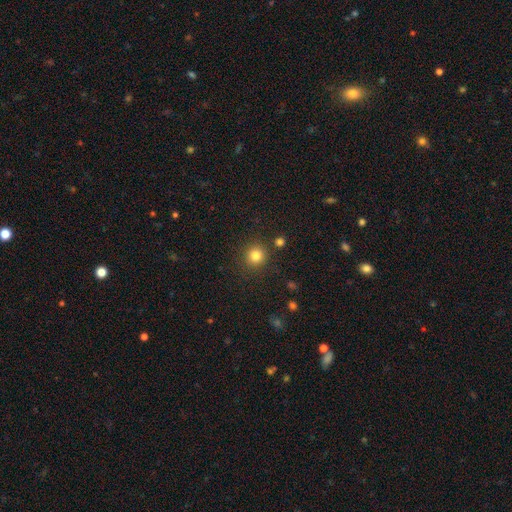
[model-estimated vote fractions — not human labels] Smooth or featured? Predicted: smooth (p=0.82). How rounded? Predicted: round (p=0.93). Merging? Predicted: none (p=0.88).